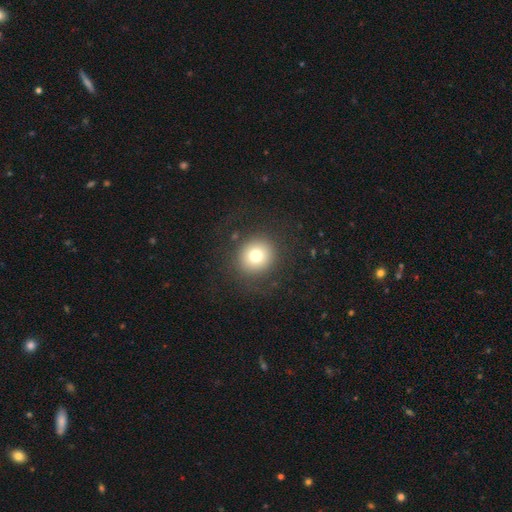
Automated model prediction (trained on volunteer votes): This appears to be a smooth galaxy with no disk features (75%) that is round (91%). Merging: none (85%).